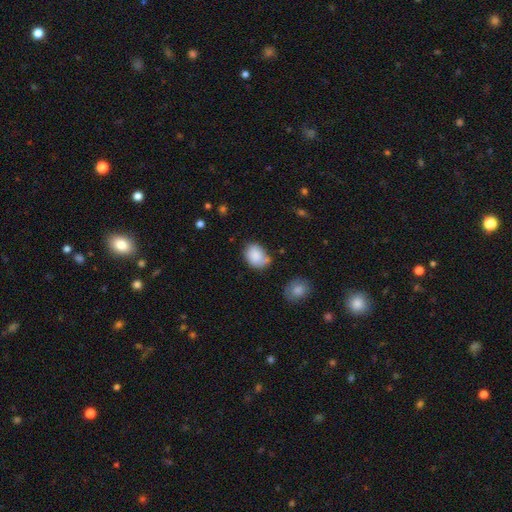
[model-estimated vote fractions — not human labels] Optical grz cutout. It shows a smooth galaxy with no disk features (83%) that is in between round and cigar-shaped (64%). Merging: none (54%).